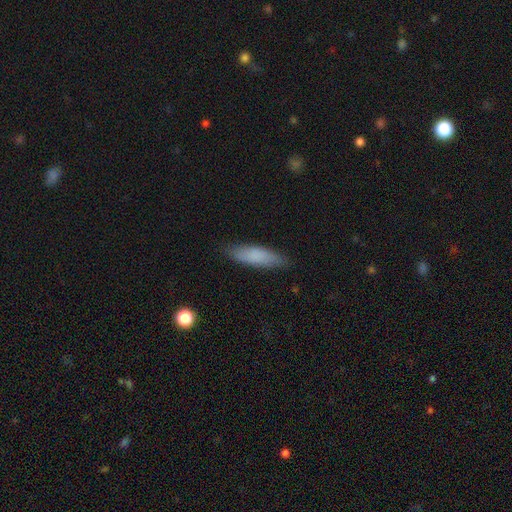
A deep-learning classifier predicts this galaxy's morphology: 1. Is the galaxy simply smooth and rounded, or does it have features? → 82% smooth, 12% featured or disk, 6% star or artifact.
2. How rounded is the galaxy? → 60% cigar-shaped, 38% in between, 2% round.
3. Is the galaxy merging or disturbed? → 85% none, 12% minor disturbance, 2% major disturbance, 1% merger.